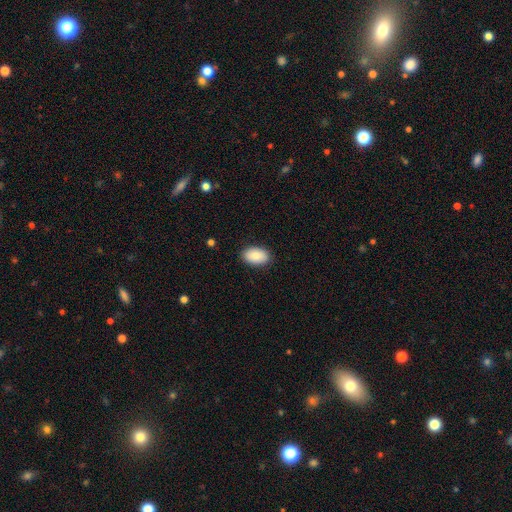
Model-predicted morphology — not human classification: type=smooth (87%); roundness=in between (92%); merging=none (88%).